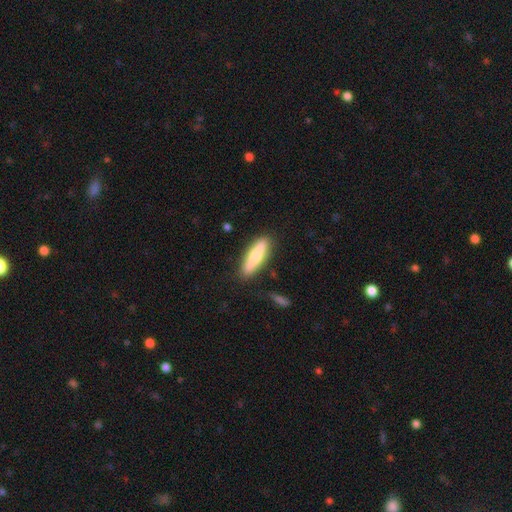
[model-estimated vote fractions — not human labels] A smooth galaxy with no disk features (67%) that is cigar-shaped (70%). Merging: none (85%).